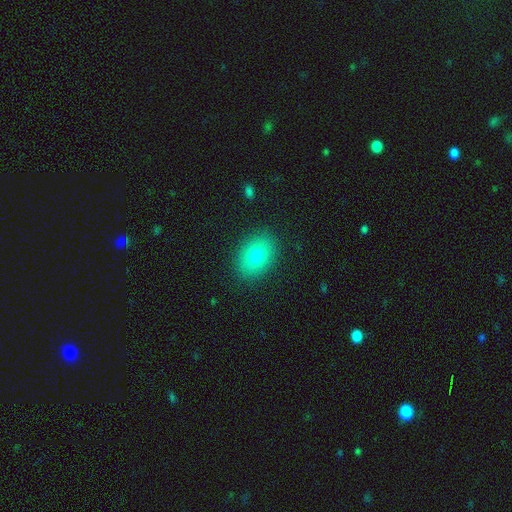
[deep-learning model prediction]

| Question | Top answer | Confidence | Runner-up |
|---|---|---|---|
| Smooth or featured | smooth | 77% | featured or disk (13%) |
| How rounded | in between | 75% | round (24%) |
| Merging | none | 88% | minor disturbance (9%) |